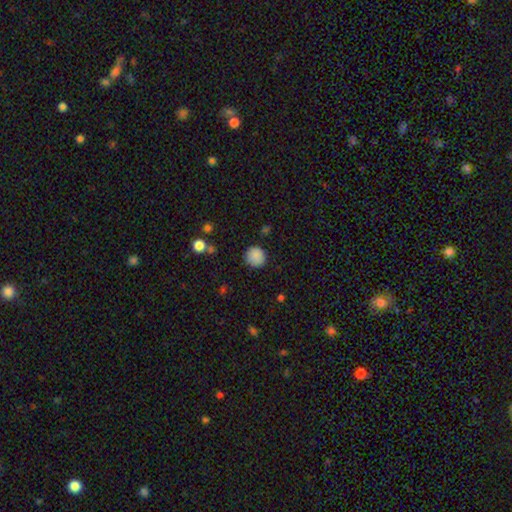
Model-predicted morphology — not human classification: A smooth galaxy with no disk features (87%) that is round (93%). Merging: none (86%).